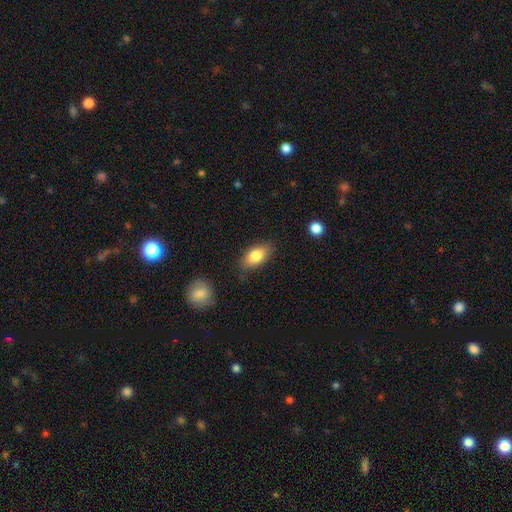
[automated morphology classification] Smooth or featured: smooth — 81% (featured or disk — 12%)
How rounded: in between — 91% (round — 5%)
Merging: none — 82% (minor disturbance — 13%)